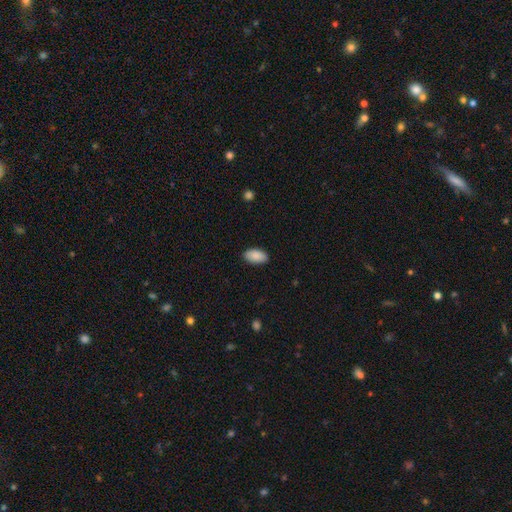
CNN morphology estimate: Smooth or featured?
  - smooth: 89% *
  - star or artifact: 6%
  - featured or disk: 4%
How rounded?
  - in between: 95% *
  - round: 3%
  - cigar-shaped: 2%
Merging?
  - none: 87% *
  - minor disturbance: 10%
  - major disturbance: 2%
  - merger: 1%